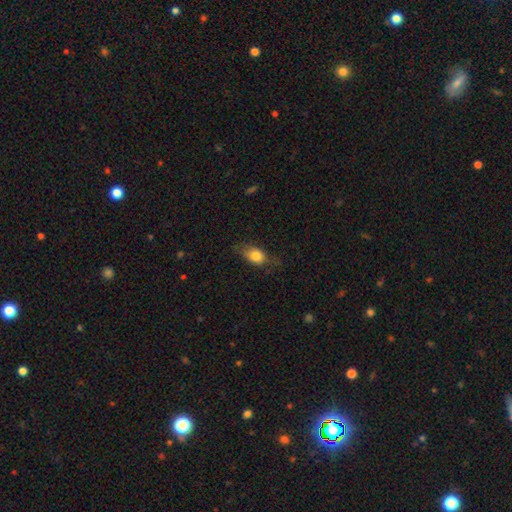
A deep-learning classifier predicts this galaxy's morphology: Smooth or featured: smooth — 79% (featured or disk — 13%)
How rounded: in between — 70% (round — 26%)
Merging: none — 59% (minor disturbance — 28%)